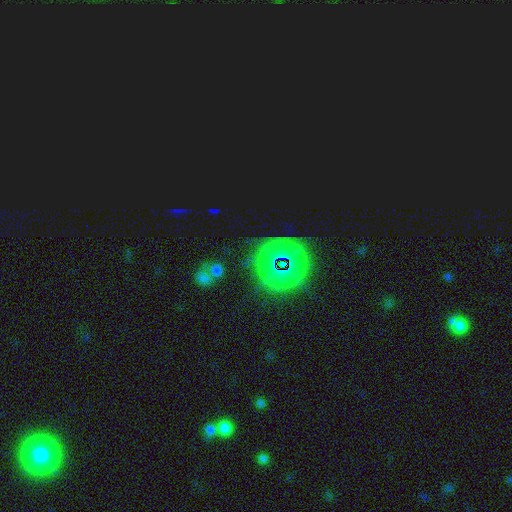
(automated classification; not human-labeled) This is likely a star or artifact rather than a galaxy (79%).